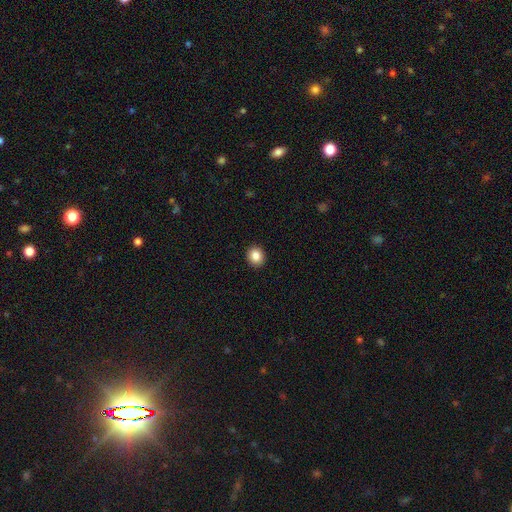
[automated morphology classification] Q: Smooth or featured?
A: smooth (86%); runner-up: star or artifact (9%)
Q: How rounded?
A: round (77%); runner-up: in between (23%)
Q: Merging?
A: none (92%); runner-up: minor disturbance (5%)